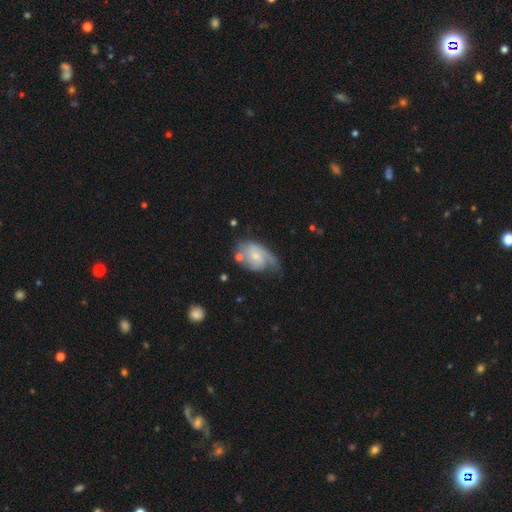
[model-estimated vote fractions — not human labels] The model was most divided on "spiral winding": medium: 42%, tight: 30%, loose: 28%. Remaining: edge-on disk — no (96%); spiral arms — yes (88%); smooth or featured — featured or disk (68%); bar — no (63%); bulge size — small (61%); spiral arm count — 2 (45%); merging — none (43%).